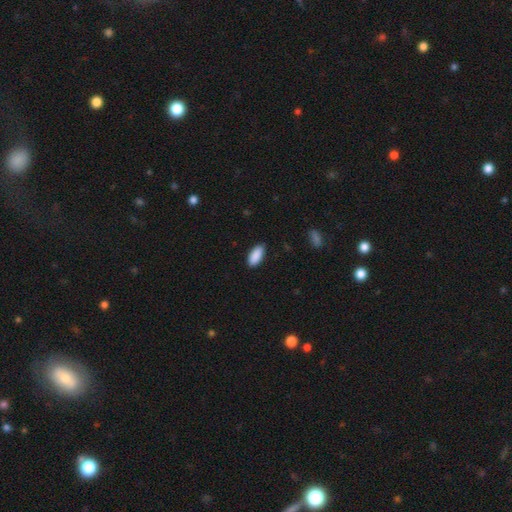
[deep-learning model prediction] This is clearly a smooth galaxy (90%). How rounded: clearly in between (87%). Merging: clearly none (85%).